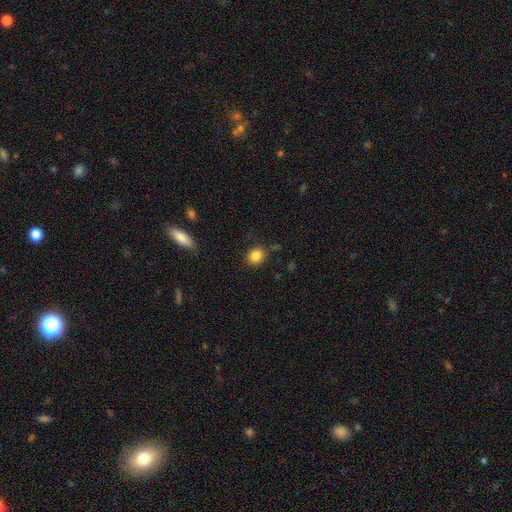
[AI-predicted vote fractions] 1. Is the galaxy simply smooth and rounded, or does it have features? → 85% smooth, 10% star or artifact, 5% featured or disk.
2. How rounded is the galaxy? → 78% round, 21% in between, 1% cigar-shaped.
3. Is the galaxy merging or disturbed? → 81% none, 13% minor disturbance, 4% major disturbance, 3% merger.